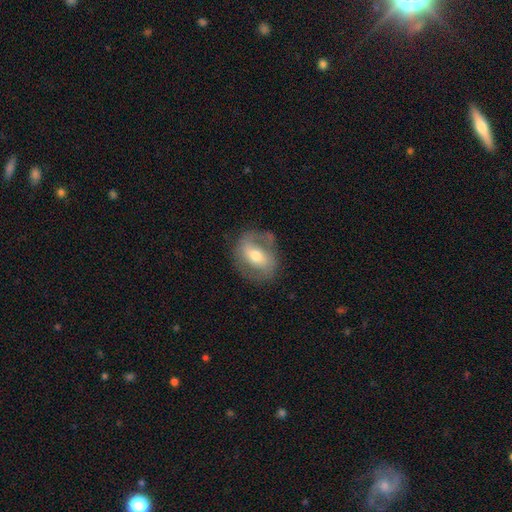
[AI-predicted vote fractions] A featured or disk galaxy (69%) with a weak bar (40%), 2 (78%) medium (46%) spiral arms (78%) and a moderate central bulge (66%). Merging: none (70%).